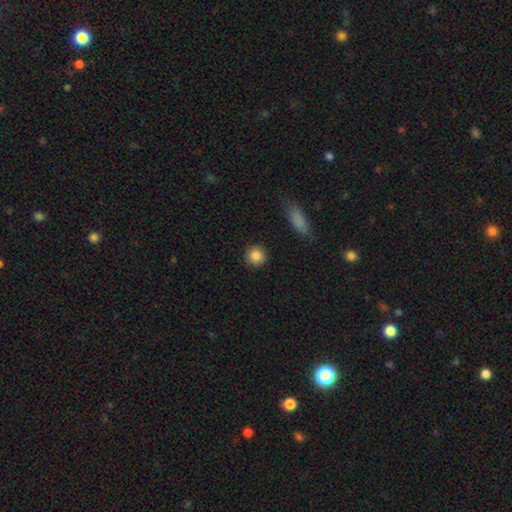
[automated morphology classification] The model was most divided on "smooth or featured": smooth: 87%, star or artifact: 8%, featured or disk: 5%. More confident: how rounded — round (92%); merging — none (88%).